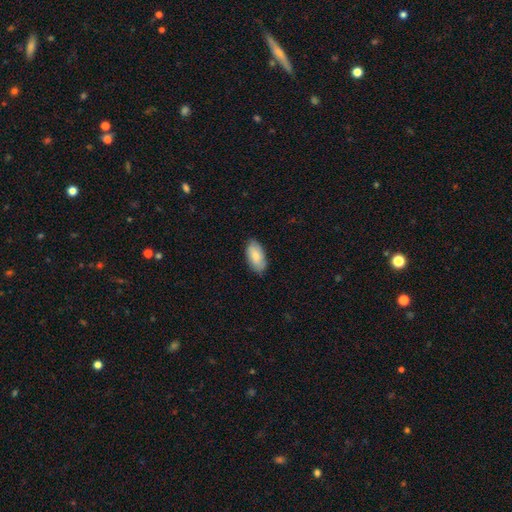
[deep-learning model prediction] A smooth galaxy with no disk features (76%) that is in between round and cigar-shaped (93%). Merging: none (82%).